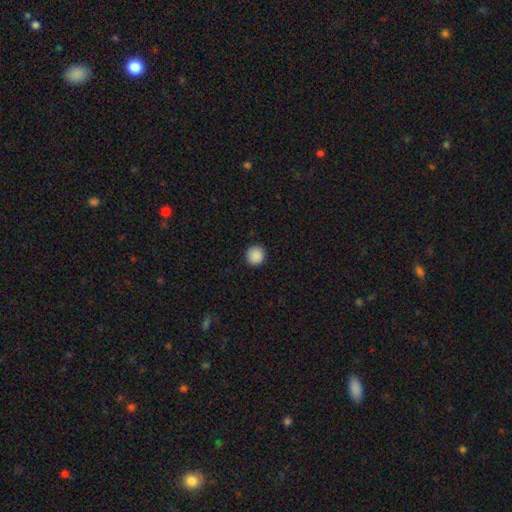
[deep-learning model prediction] Smooth or featured? Predicted: smooth (p=0.89). How rounded? Predicted: round (p=0.94). Merging? Predicted: none (p=0.92).